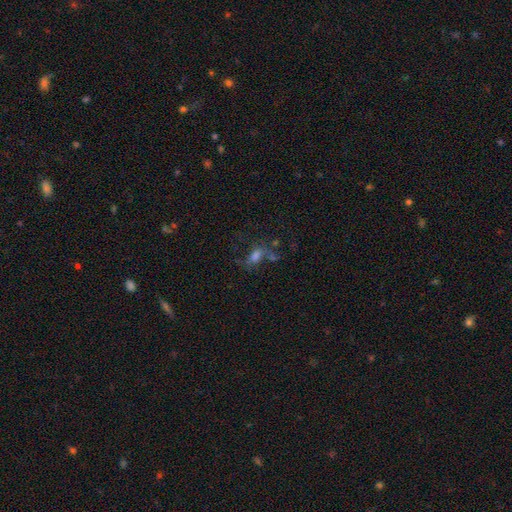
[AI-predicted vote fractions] smooth 53%, featured or disk 25%, star or artifact 23%. Down the decision tree: how rounded — in between (77%); merging — none (40%).